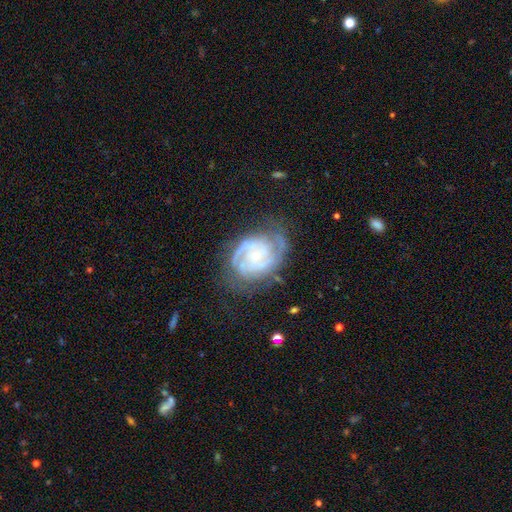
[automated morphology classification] Smooth or featured?
  - featured or disk: 89% *
  - smooth: 6%
  - star or artifact: 5%
Edge-on disk?
  - no: 98% *
  - yes: 2%
Bar?
  - no: 66% *
  - weak: 27%
  - strong: 7%
Spiral arms?
  - yes: 98% *
  - no: 2%
Spiral winding?
  - tight: 63% *
  - medium: 32%
  - loose: 5%
Spiral arm count?
  - 2: 49% *
  - 3: 26%
  - can't tell: 12%
  - 4: 6%
  - 1: 4%
  - more than 4: 4%
Bulge size?
  - small: 73% *
  - moderate: 22%
  - none: 3%
  - large: 1%
  - dominant: 1%
Merging?
  - none: 69% *
  - minor disturbance: 20%
  - major disturbance: 9%
  - merger: 2%